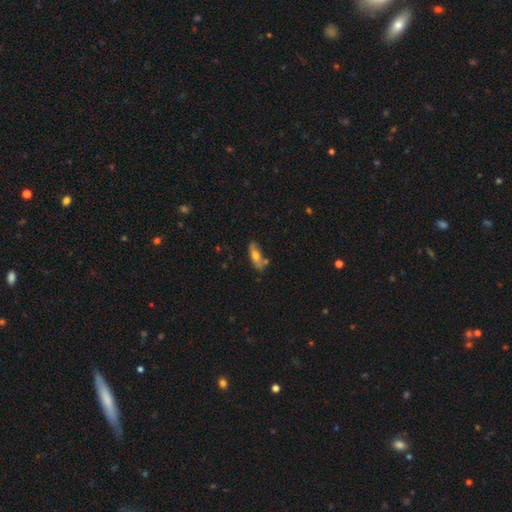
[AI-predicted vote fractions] smooth_or_featured: smooth (p=0.61) [alt: featured or disk p=0.32]
how_rounded: in between (p=0.58) [alt: cigar-shaped p=0.39]
merging: none (p=0.64) [alt: minor disturbance p=0.20]